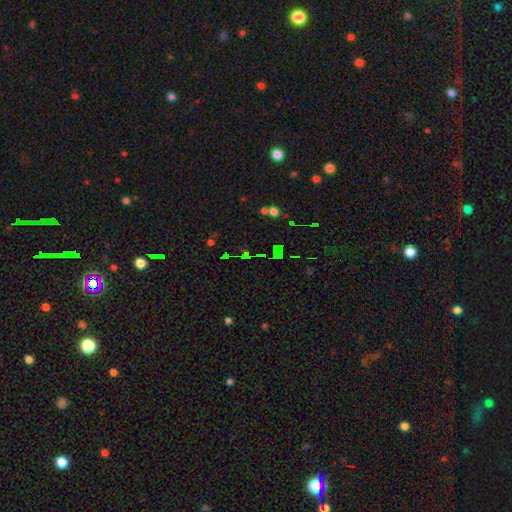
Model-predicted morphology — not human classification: Smooth or featured? star or artifact (69%)